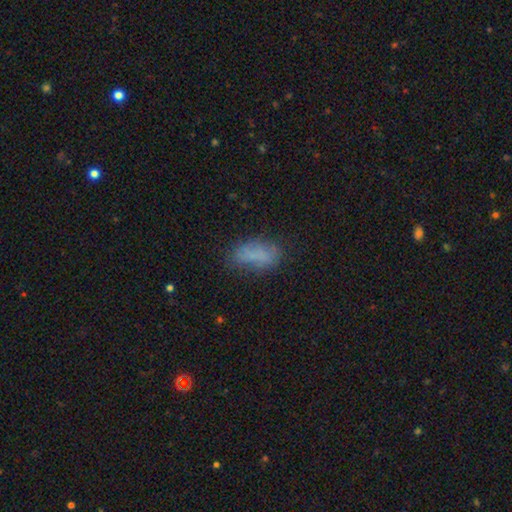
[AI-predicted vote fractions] This appears to be a smooth galaxy with no disk features (73%) that is in between round and cigar-shaped (83%). Merging: none (65%).